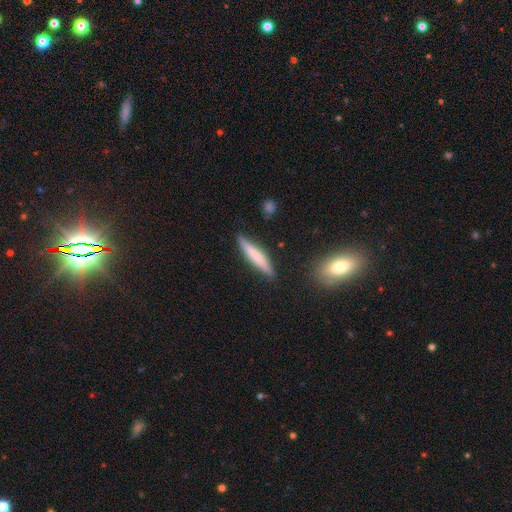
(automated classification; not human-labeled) Morphology: type=smooth (63%); roundness=cigar-shaped (90%); merging=none (85%).